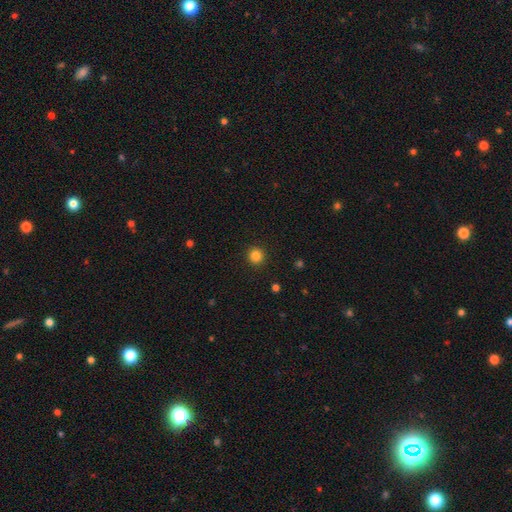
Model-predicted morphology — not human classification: Smooth or featured? smooth (84%)
How rounded? round (94%)
Merging? none (92%)